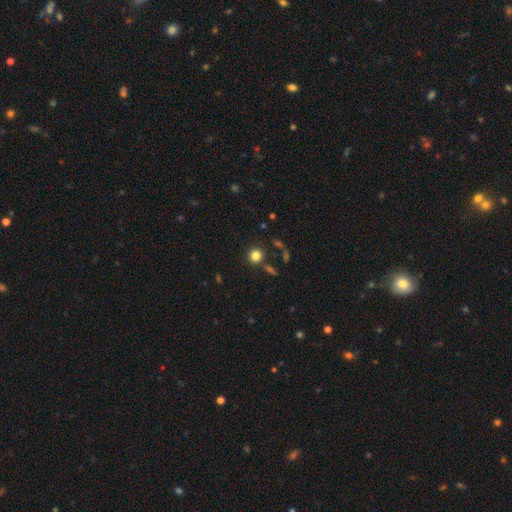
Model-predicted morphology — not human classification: This appears to be a smooth galaxy with no disk features (83%) that is round (90%). Merging: none (83%).